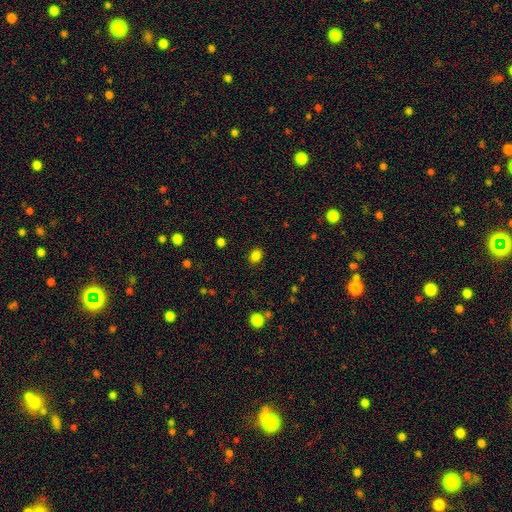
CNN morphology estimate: Smooth or featured: smooth — 84% (star or artifact — 13%)
How rounded: in between — 54% (round — 45%)
Merging: none — 88% (minor disturbance — 8%)